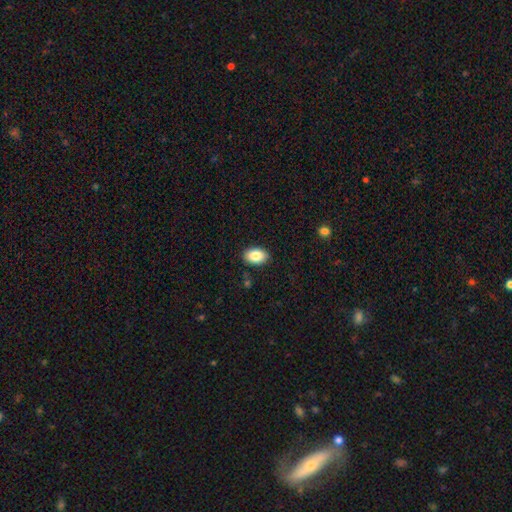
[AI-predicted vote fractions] This is clearly a smooth galaxy (86%). How rounded: clearly in between (90%). Merging: clearly none (89%).